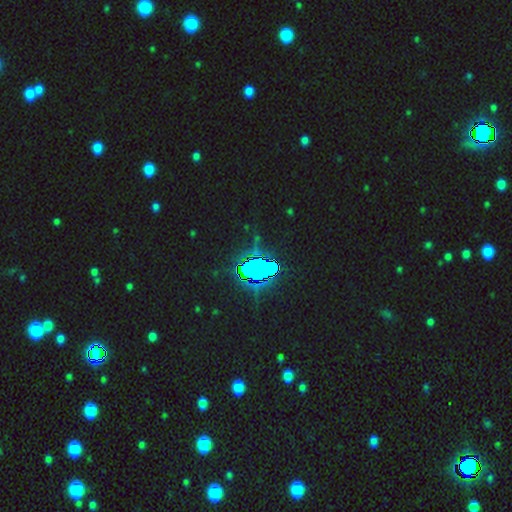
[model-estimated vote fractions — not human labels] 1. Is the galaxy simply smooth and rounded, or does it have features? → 78% star or artifact, 13% smooth, 9% featured or disk.